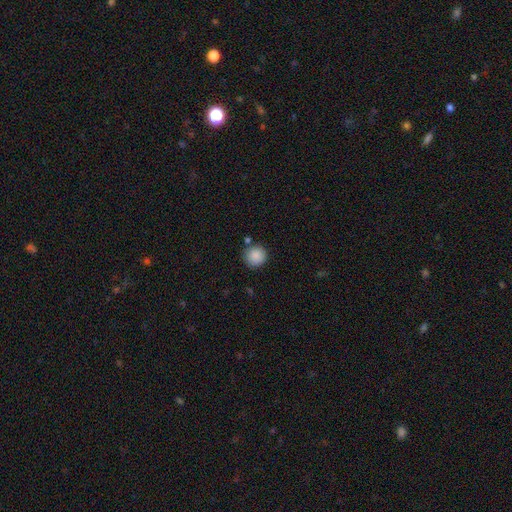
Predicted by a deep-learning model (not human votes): Smooth or featured?
  - smooth: 89% *
  - star or artifact: 8%
  - featured or disk: 4%
How rounded?
  - round: 93% *
  - in between: 6%
  - cigar-shaped: 1%
Merging?
  - none: 83% *
  - minor disturbance: 9%
  - merger: 5%
  - major disturbance: 2%